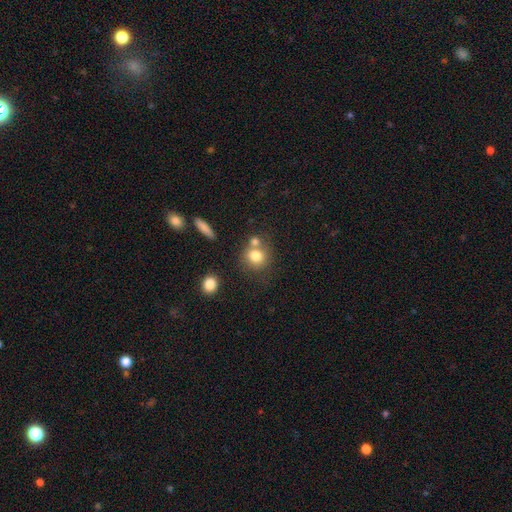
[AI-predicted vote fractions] This appears to be a smooth galaxy with no disk features (78%) that is round (83%). Merging: none (53%).